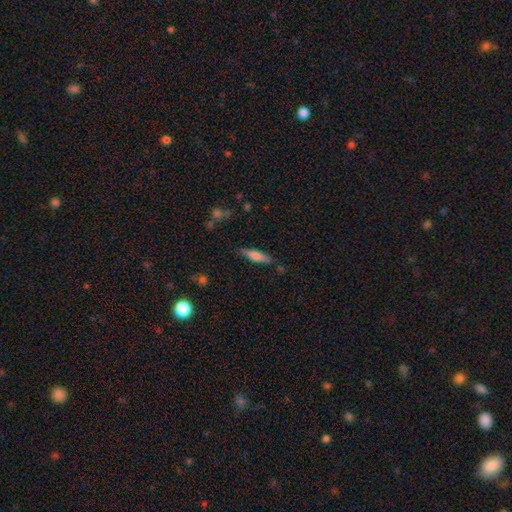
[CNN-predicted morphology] Smooth or featured?
  - smooth: 62% *
  - featured or disk: 31%
  - star or artifact: 6%
How rounded?
  - cigar-shaped: 78% *
  - in between: 20%
  - round: 2%
Merging?
  - none: 83% *
  - minor disturbance: 12%
  - major disturbance: 3%
  - merger: 2%